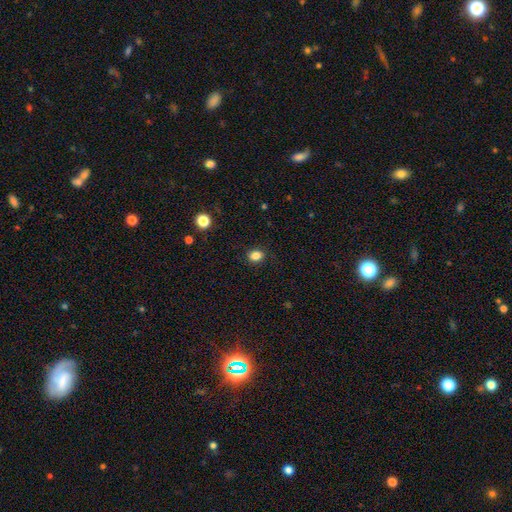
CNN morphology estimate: Smooth or featured? Predicted: smooth (p=0.85). How rounded? Predicted: in between (p=0.54). Merging? Predicted: none (p=0.89).